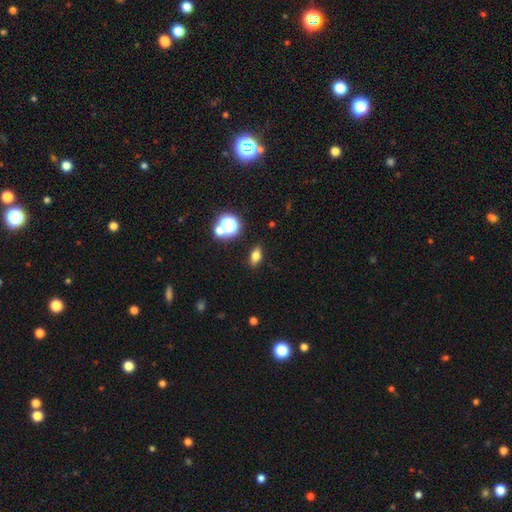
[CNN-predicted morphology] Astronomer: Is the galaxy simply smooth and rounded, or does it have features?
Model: smooth — 69%.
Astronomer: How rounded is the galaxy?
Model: in between — 74%.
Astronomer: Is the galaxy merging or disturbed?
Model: none — 87%.